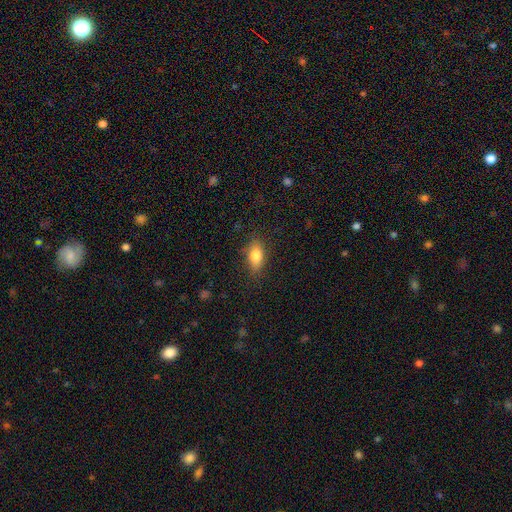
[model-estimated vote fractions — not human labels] smooth 80%, featured or disk 11%, star or artifact 8%. Down the decision tree: how rounded — in between (85%); merging — none (83%).